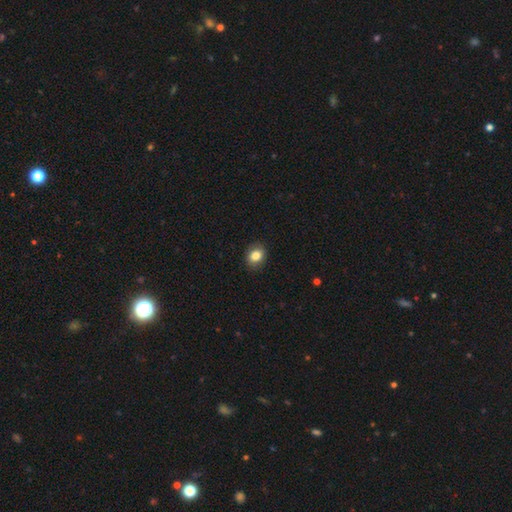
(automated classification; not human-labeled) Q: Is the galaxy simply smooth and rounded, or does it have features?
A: smooth — 84%.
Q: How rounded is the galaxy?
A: in between — 51%.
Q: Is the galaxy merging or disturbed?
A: none — 88%.